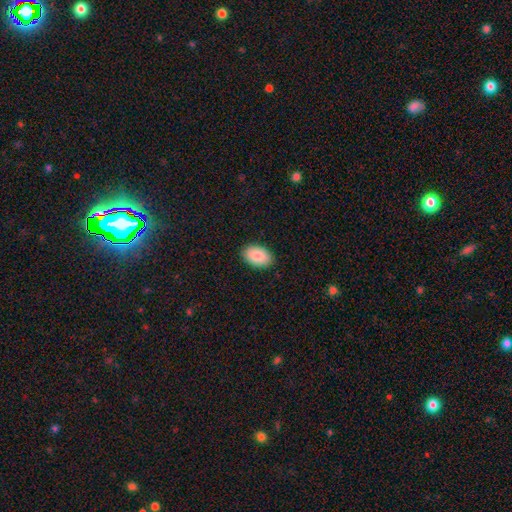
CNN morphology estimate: The model was most divided on "smooth or featured": smooth: 87%, featured or disk: 7%, star or artifact: 6%. More confident: how rounded — in between (91%); merging — none (89%).